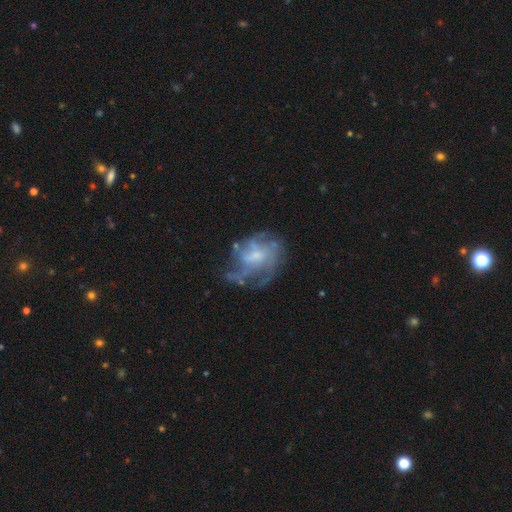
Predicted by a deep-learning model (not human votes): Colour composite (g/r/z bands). It shows a featured or disk galaxy (73%) with no bar (55%), medium (39%) spiral arms (71%) and a small central bulge (45%). Merging: none (48%).